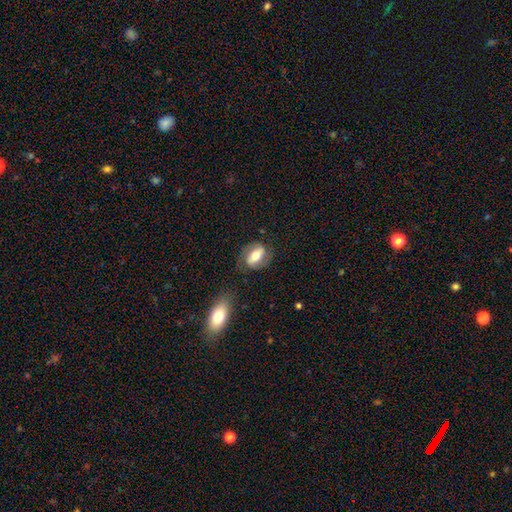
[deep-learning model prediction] Smooth or featured?
  - smooth: 48% *
  - featured or disk: 45%
  - star or artifact: 7%
Merging?
  - none: 71% *
  - minor disturbance: 18%
  - major disturbance: 8%
  - merger: 3%